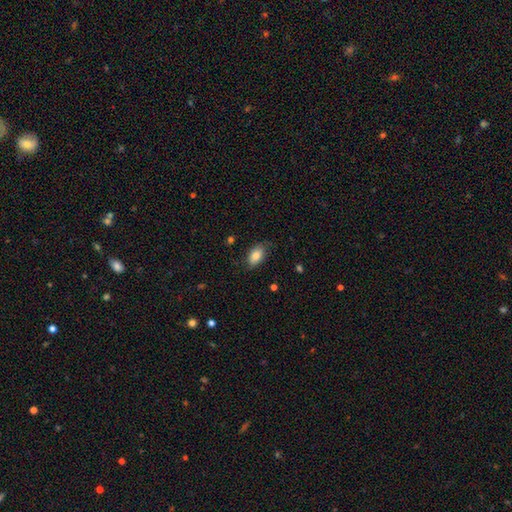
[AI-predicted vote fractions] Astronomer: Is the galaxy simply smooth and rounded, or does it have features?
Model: smooth — 82%.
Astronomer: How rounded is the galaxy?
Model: in between — 91%.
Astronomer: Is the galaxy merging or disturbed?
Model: none — 75%.